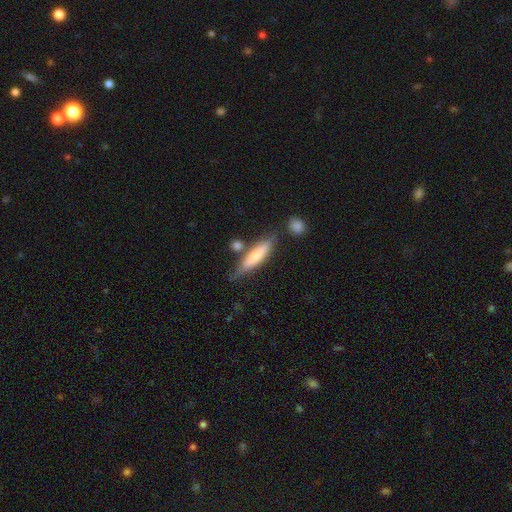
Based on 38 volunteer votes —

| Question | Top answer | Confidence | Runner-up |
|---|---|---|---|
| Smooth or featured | smooth | 58% | featured or disk (39%) |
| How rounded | cigar-shaped | 59% | in between (41%) |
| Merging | none | 68% | minor disturbance (19%) |